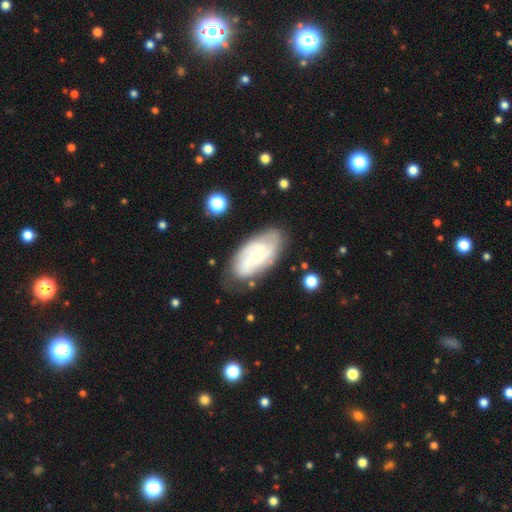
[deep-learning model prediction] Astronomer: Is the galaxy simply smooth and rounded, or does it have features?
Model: featured or disk — 68%.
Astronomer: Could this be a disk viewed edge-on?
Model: no — 94%.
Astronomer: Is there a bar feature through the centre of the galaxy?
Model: no — 62%.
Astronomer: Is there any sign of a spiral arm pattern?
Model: yes — 92%.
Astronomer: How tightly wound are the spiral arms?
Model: tight — 50% (runner-up: medium, 38%).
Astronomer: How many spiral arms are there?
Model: can't tell — 33%, tied with 2 at 33%.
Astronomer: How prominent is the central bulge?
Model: small — 65%.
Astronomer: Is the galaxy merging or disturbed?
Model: none — 71%.